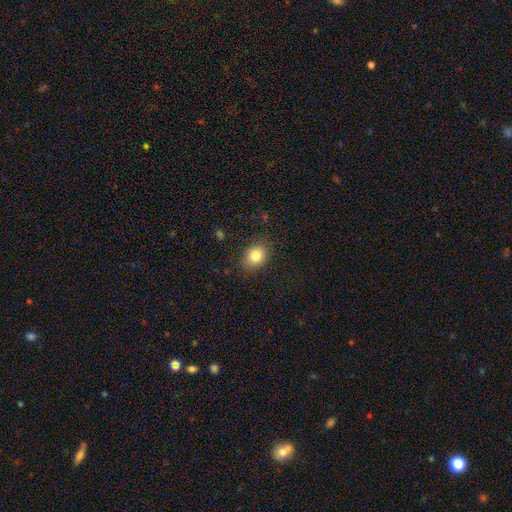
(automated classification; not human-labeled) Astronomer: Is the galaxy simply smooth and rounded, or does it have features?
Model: smooth — 82%.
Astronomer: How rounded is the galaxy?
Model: round — 55% (runner-up: in between, 44%).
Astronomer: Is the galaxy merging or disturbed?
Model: none — 84%.